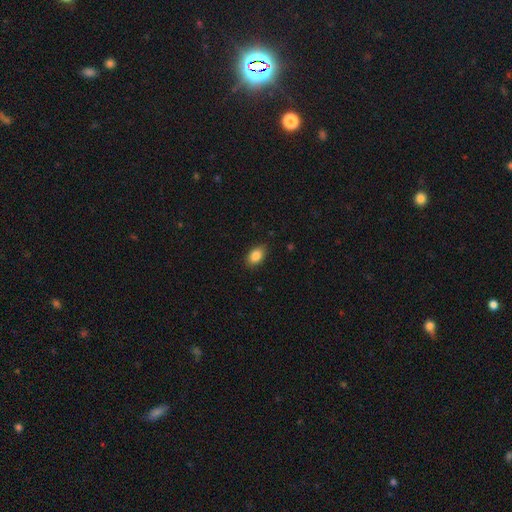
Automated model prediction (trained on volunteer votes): Smooth or featured? Predicted: smooth (p=0.87). How rounded? Predicted: in between (p=0.88). Merging? Predicted: none (p=0.86).